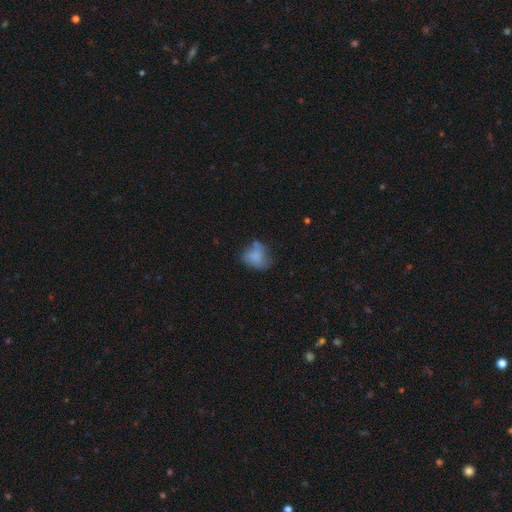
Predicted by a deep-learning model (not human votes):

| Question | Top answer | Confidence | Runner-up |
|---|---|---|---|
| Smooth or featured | smooth | 73% | featured or disk (17%) |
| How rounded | in between | 54% | round (45%) |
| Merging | none | 42% | minor disturbance (31%) |